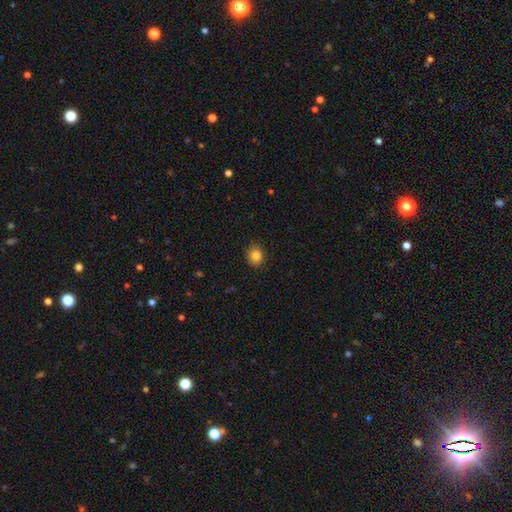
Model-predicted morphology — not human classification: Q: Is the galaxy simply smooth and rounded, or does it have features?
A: smooth — 84%.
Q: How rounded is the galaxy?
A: round — 66%.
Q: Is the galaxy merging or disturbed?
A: none — 88%.